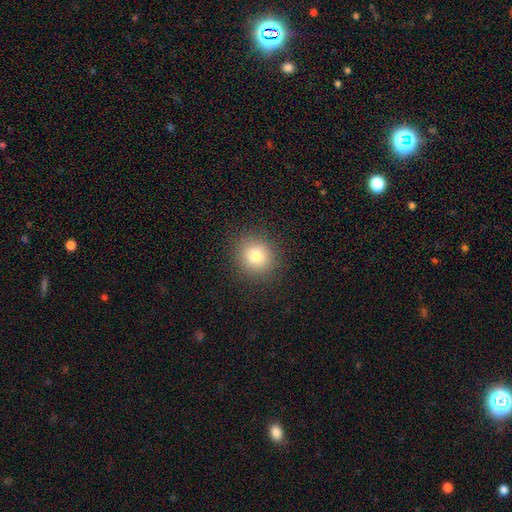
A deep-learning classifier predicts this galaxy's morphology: smooth_or_featured: smooth (p=0.79) [alt: star or artifact p=0.13]
how_rounded: round (p=0.87) [alt: in between p=0.12]
merging: none (p=0.90) [alt: minor disturbance p=0.07]